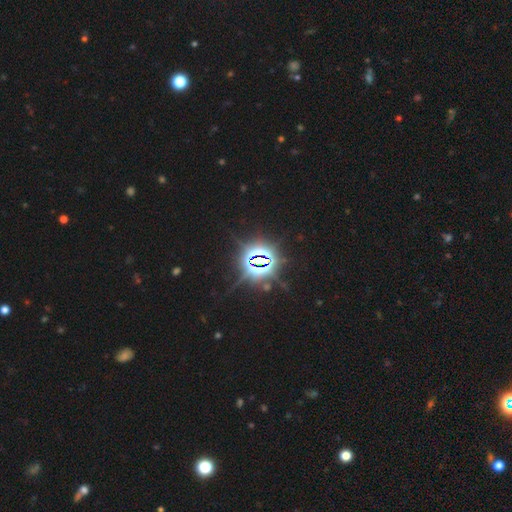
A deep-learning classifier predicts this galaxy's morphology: Smooth or featured? Predicted: star or artifact (p=0.85).